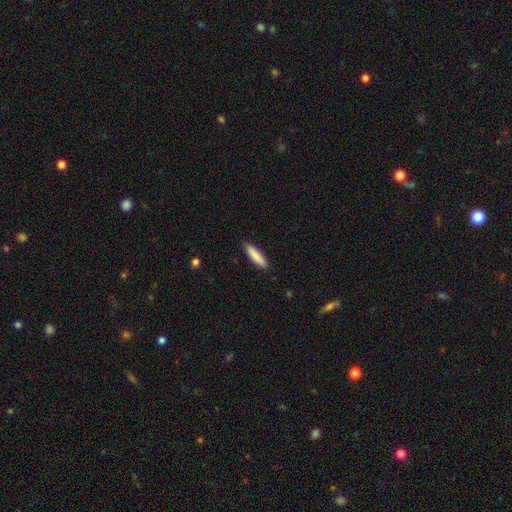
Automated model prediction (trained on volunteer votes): smooth-or-featured: smooth: 87% | featured or disk: 8% | star or artifact: 6%
  how-rounded: cigar-shaped: 73% | in between: 26% | round: 1%
  merging: none: 89% | minor disturbance: 8% | major disturbance: 2% | merger: 1%